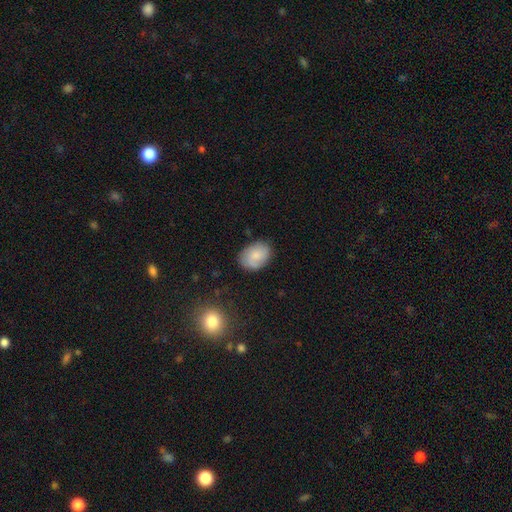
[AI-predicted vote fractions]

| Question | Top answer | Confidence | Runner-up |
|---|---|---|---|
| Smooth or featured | smooth | 73% | featured or disk (19%) |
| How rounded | in between | 72% | round (27%) |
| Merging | none | 76% | minor disturbance (18%) |